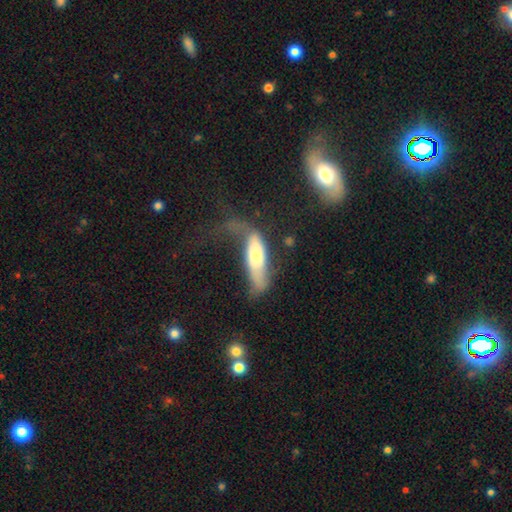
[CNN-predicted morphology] smooth 60%, featured or disk 34%, star or artifact 6%. Down the decision tree: how rounded — in between (53%); merging — major disturbance (44%).